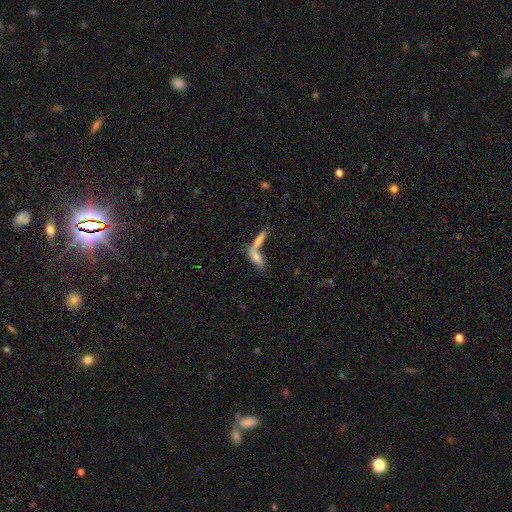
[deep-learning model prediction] smooth-or-featured: smooth: 63% | featured or disk: 27% | star or artifact: 10%
  how-rounded: cigar-shaped: 54% | in between: 43% | round: 3%
  merging: merger: 63% | none: 24% | minor disturbance: 7% | major disturbance: 6%